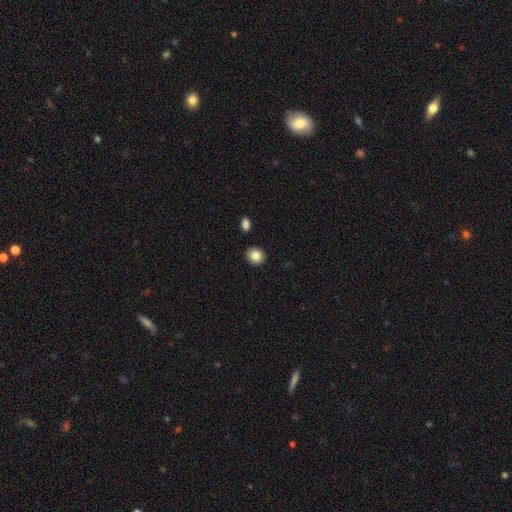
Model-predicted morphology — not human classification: Smooth or featured?
  - smooth: 85% *
  - star or artifact: 9%
  - featured or disk: 7%
How rounded?
  - round: 78% *
  - in between: 21%
  - cigar-shaped: 1%
Merging?
  - none: 90% *
  - minor disturbance: 6%
  - merger: 2%
  - major disturbance: 2%